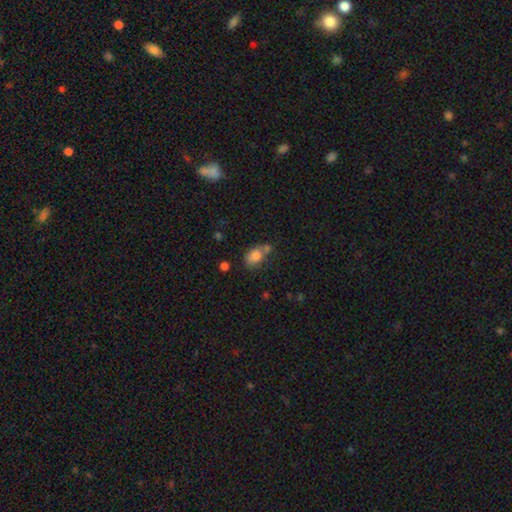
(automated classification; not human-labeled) Smooth or featured? smooth (80%)
How rounded? in between (79%)
Merging? none (46%)